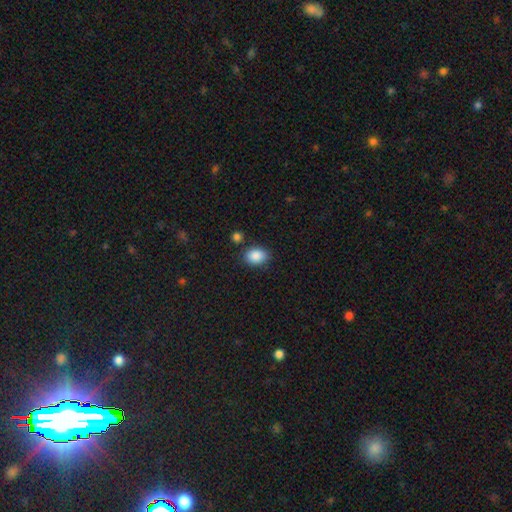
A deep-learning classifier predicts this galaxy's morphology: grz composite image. It shows a smooth galaxy with no disk features (88%) that is in between round and cigar-shaped (75%). Merging: none (79%).